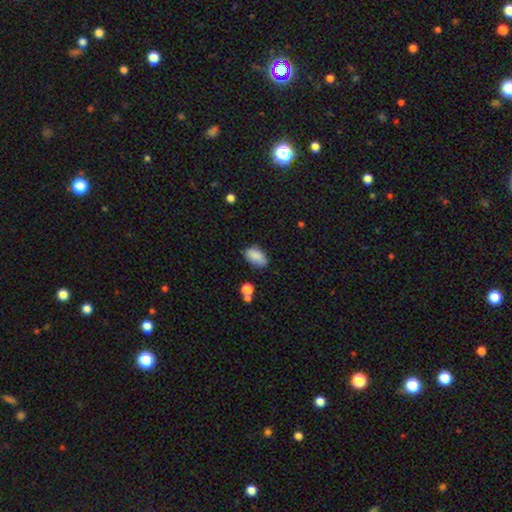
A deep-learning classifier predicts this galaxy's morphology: smooth_or_featured: smooth (p=0.85) [alt: star or artifact p=0.08]
how_rounded: in between (p=0.91) [alt: round p=0.07]
merging: none (p=0.68) [alt: minor disturbance p=0.23]